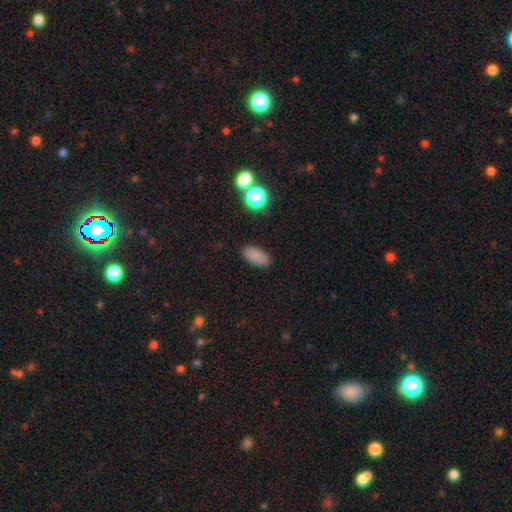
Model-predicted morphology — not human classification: Smooth or featured: smooth — 84% (star or artifact — 11%)
How rounded: in between — 88% (cigar-shaped — 7%)
Merging: none — 87% (minor disturbance — 9%)